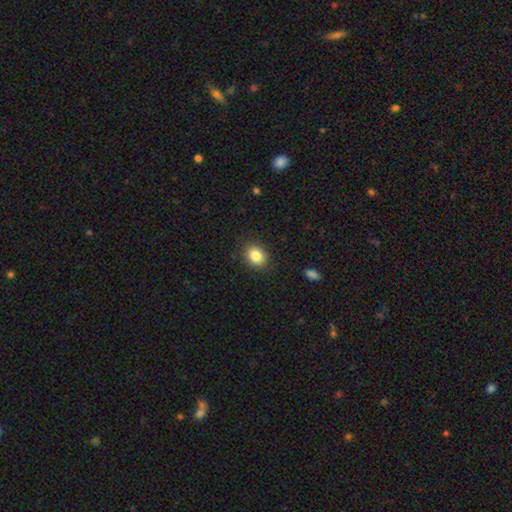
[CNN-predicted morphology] A smooth galaxy with no disk features (84%) that is in between round and cigar-shaped (53%).

Vote fractions:
- Smooth or featured? smooth: 84% / star or artifact: 9% / featured or disk: 7%
- How rounded? in between: 53% / round: 46% / cigar-shaped: 1%
- Merging? none: 88% / minor disturbance: 8% / major disturbance: 2% / merger: 1%